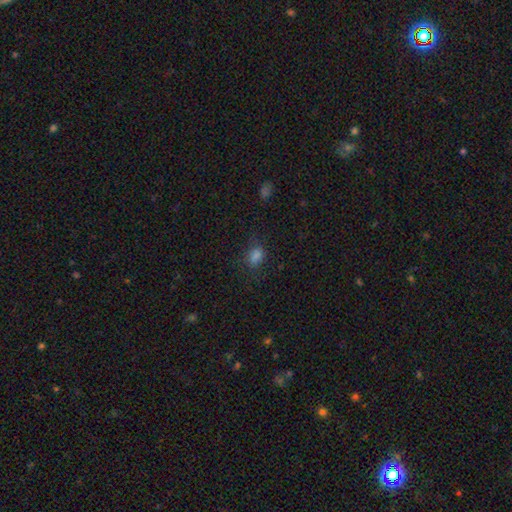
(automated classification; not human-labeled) This appears to be a smooth galaxy with no disk features (75%) that is in between round and cigar-shaped (72%). Merging: none (70%).